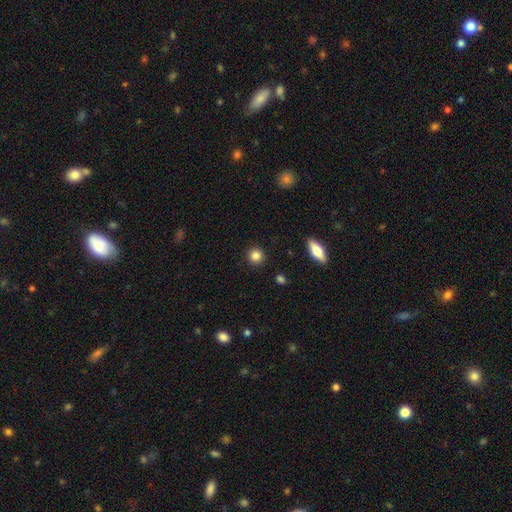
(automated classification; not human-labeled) Overall: smooth (85%). How rounded: round (92%). Merging: none (92%).